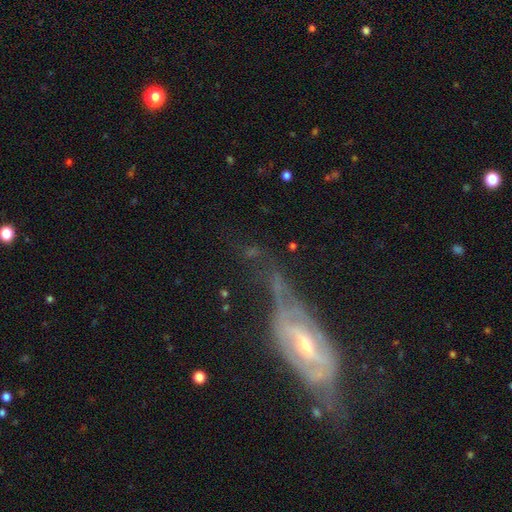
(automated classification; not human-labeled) A featured or disk galaxy (75%) with no bar (40%), spiral arms (61%) and a moderate central bulge (51%).

Vote fractions:
- Smooth or featured? featured or disk: 75% / smooth: 14% / star or artifact: 11%
- Edge-on disk? no: 74% / yes: 26%
- Bar? no: 40% / weak: 37% / strong: 23%
- Spiral arms? yes: 61% / no: 39%
- Bulge size? moderate: 51% / small: 43% / large: 3% / none: 2% / dominant: 1%
- Merging? none: 38% / major disturbance: 33% / minor disturbance: 24% / merger: 5%